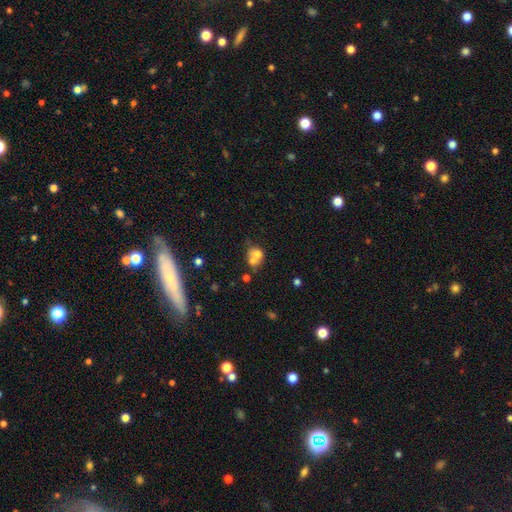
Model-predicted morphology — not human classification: Overall: smooth (66%). How rounded: round (60%; in between 39%). Merging: merger (61%; none 25%).